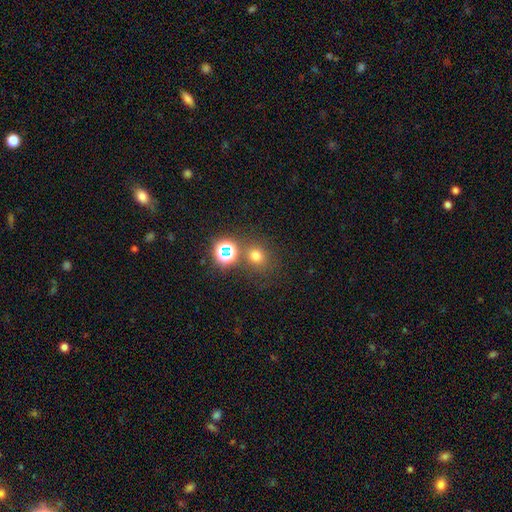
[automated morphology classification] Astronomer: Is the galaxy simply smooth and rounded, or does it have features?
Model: smooth — 67%.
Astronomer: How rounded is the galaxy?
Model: round — 79%.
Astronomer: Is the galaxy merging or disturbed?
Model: none — 73%.